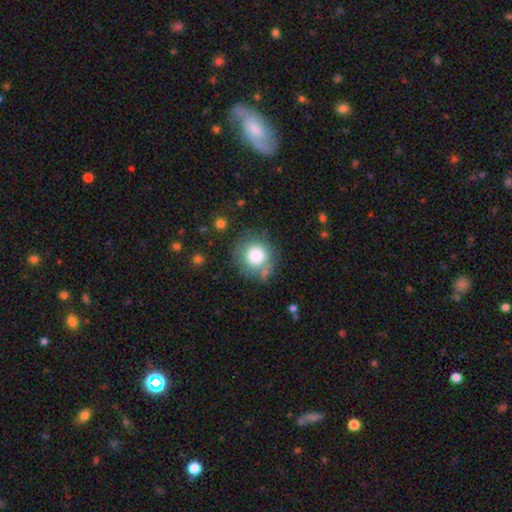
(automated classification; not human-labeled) Smooth or featured: smooth — 80% (featured or disk — 11%)
How rounded: round — 91% (in between — 8%)
Merging: none — 73% (minor disturbance — 15%)